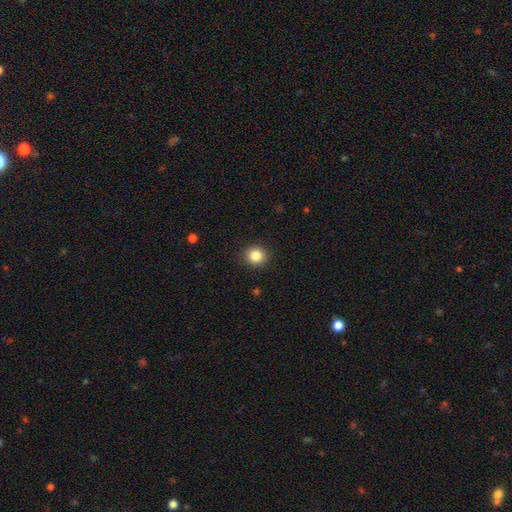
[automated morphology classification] Smooth or featured: smooth — 84% (star or artifact — 11%)
How rounded: round — 91% (in between — 8%)
Merging: none — 92% (minor disturbance — 6%)